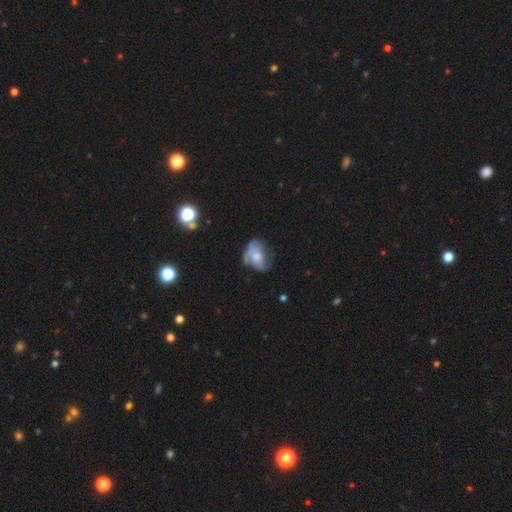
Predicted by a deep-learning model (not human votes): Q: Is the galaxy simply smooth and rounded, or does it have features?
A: featured or disk — 51%.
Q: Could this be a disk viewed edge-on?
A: no — 96%.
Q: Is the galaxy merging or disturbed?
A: none — 40%.